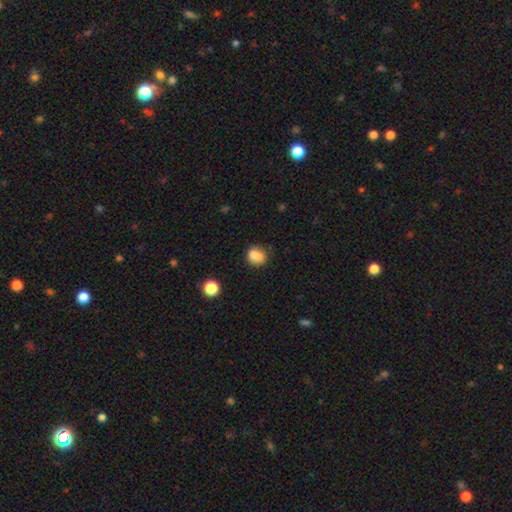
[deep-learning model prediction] A smooth galaxy with no disk features (80%) that is round (59%).

Vote fractions:
- Smooth or featured? smooth: 80% / star or artifact: 11% / featured or disk: 9%
- How rounded? round: 59% / in between: 40% / cigar-shaped: 1%
- Merging? none: 60% / minor disturbance: 20% / merger: 14% / major disturbance: 6%